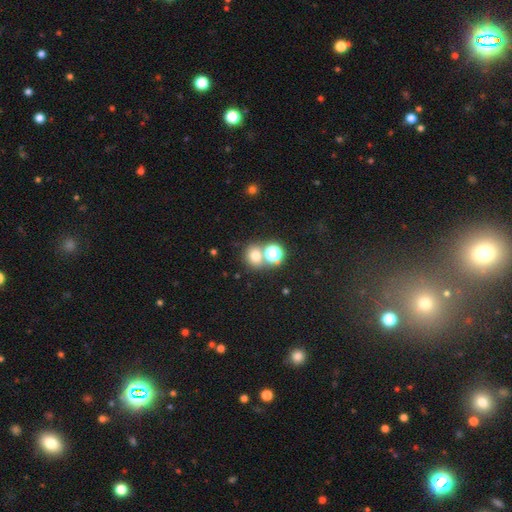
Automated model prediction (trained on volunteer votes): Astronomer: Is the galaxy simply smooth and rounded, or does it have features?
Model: smooth — 69%.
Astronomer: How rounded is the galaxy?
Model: round — 74%.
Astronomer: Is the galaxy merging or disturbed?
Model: none — 59%.